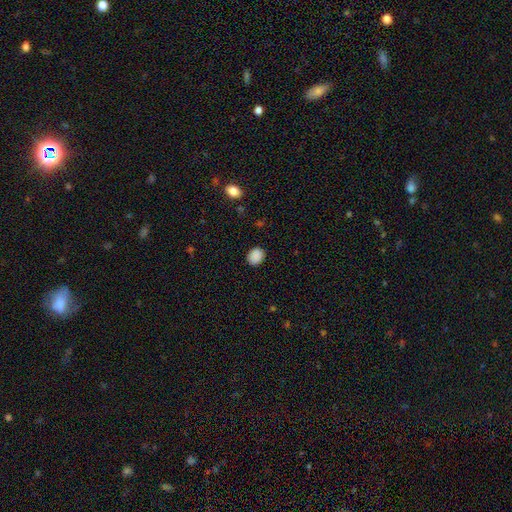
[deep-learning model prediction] Smooth or featured?
  - smooth: 89% *
  - star or artifact: 8%
  - featured or disk: 3%
How rounded?
  - round: 54% *
  - in between: 46%
  - cigar-shaped: 1%
Merging?
  - none: 87% *
  - minor disturbance: 9%
  - major disturbance: 2%
  - merger: 1%